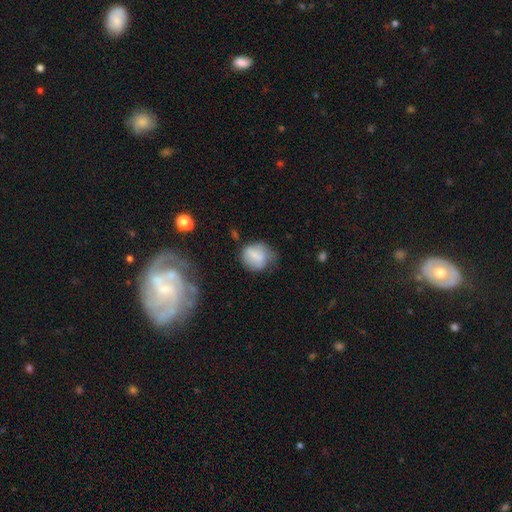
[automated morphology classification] Smooth or featured? Predicted: smooth (p=0.72). How rounded? Predicted: round (p=0.63). Merging? Predicted: none (p=0.48).